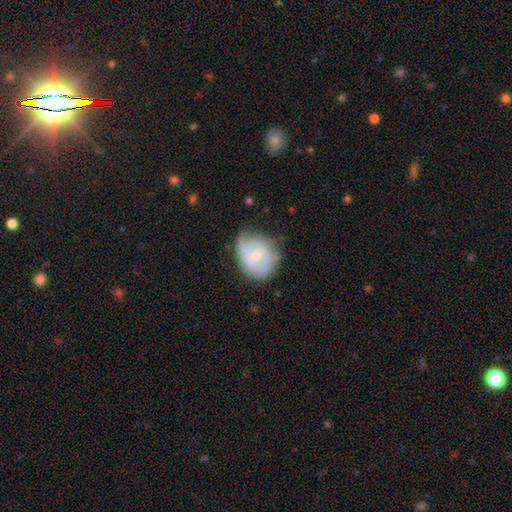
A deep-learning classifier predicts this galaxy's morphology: featured or disk 71%, smooth 23%, star or artifact 6%. Down the decision tree: edge-on disk — no (97%); bar — no (47%); spiral arms — yes (84%); spiral arm count — 2 (55%); spiral winding — tight (46%); bulge size — small (57%); merging — none (59%).